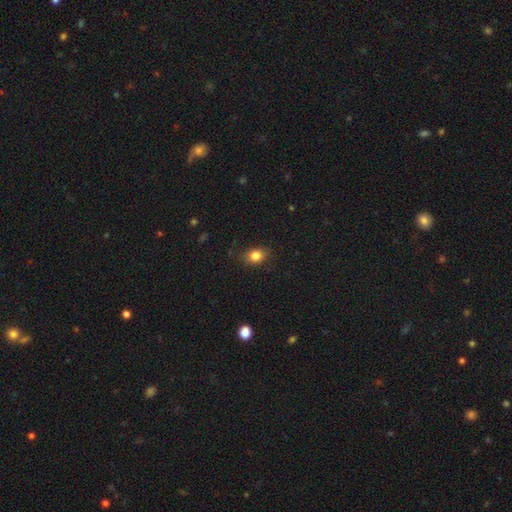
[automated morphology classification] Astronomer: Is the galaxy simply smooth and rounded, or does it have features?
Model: smooth — 83%.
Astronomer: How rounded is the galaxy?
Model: in between — 55% (runner-up: round, 44%).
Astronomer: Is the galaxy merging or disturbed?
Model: none — 81%.